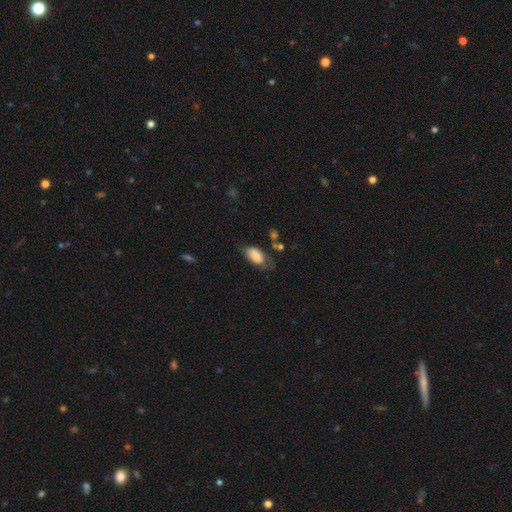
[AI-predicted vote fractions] smooth 74%, featured or disk 19%, star or artifact 7%. Down the decision tree: how rounded — in between (93%); merging — none (45%).